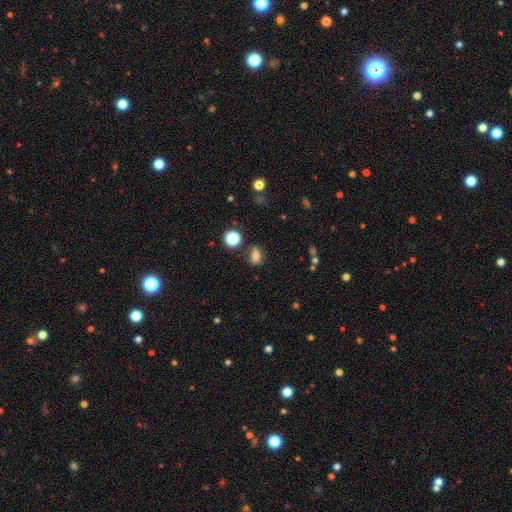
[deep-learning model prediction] smooth 68%, star or artifact 17%, featured or disk 15%. Down the decision tree: how rounded — in between (63%); merging — none (72%).